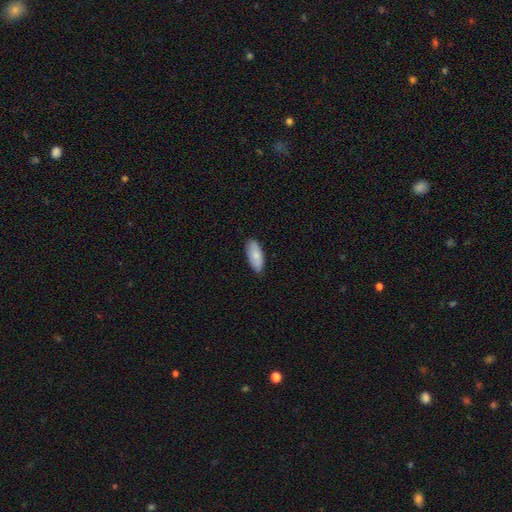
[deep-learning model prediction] smooth_or_featured: smooth (p=0.83) [alt: featured or disk p=0.12]
how_rounded: in between (p=0.84) [alt: cigar-shaped p=0.14]
merging: none (p=0.84) [alt: minor disturbance p=0.13]